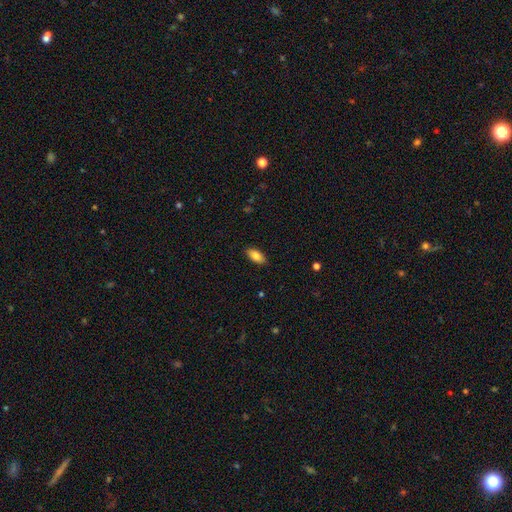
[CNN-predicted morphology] Q: Smooth or featured?
A: smooth (83%); runner-up: featured or disk (10%)
Q: How rounded?
A: in between (89%); runner-up: cigar-shaped (8%)
Q: Merging?
A: none (88%); runner-up: minor disturbance (9%)